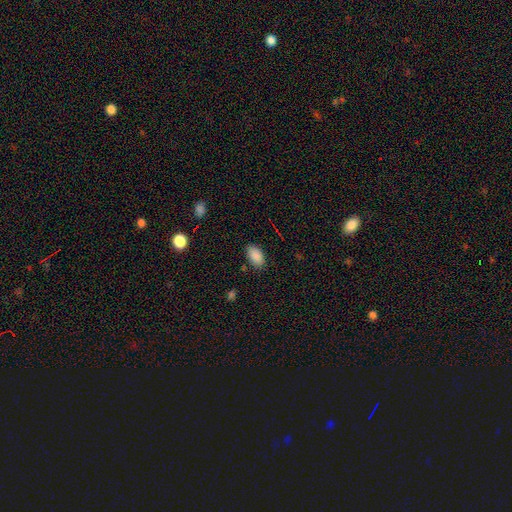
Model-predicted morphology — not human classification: smooth_or_featured: smooth (p=0.88) [alt: star or artifact p=0.08]
how_rounded: in between (p=0.94) [alt: round p=0.04]
merging: none (p=0.84) [alt: minor disturbance p=0.12]